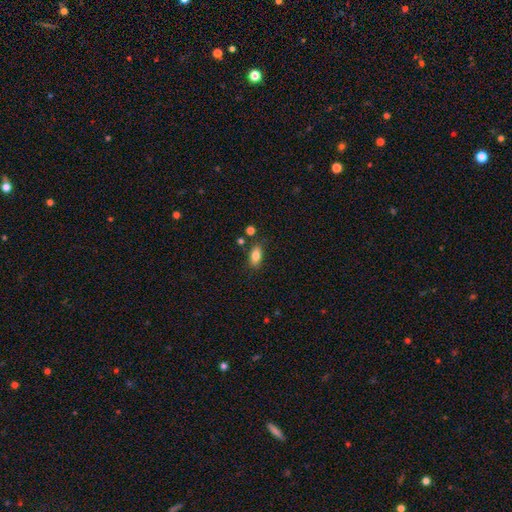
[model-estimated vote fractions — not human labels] Smooth or featured? smooth (82%)
How rounded? in between (88%)
Merging? none (80%)